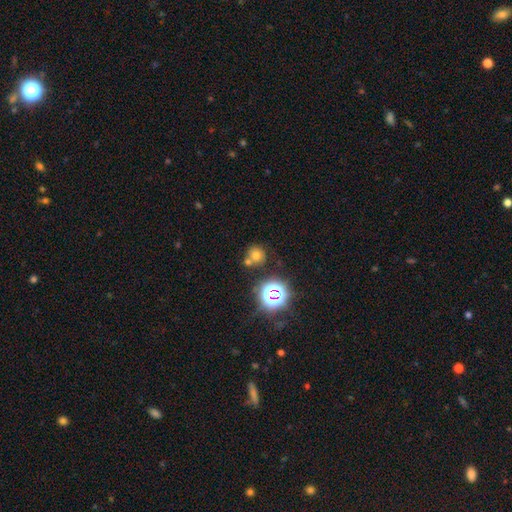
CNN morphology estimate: smooth 59%, star or artifact 31%, featured or disk 10%. Down the decision tree: how rounded — round (86%); merging — none (62%).